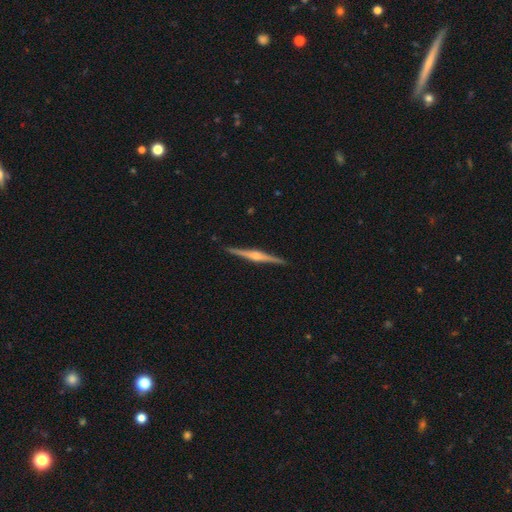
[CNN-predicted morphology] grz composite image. It shows a featured or disk galaxy (85%) viewed edge-on (99%) with a rounded central bulge (87%). Merging: none (92%).